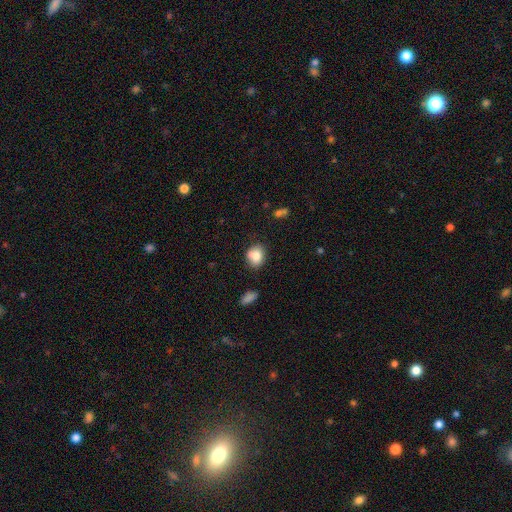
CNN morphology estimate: Smooth or featured? smooth (79%)
How rounded? round (54%)
Merging? none (59%)